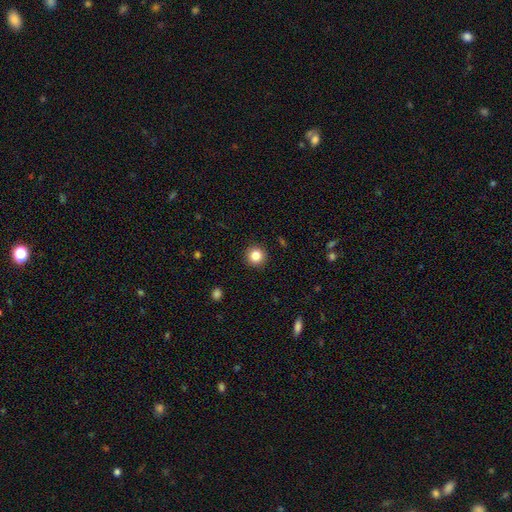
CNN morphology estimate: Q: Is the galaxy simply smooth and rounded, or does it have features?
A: smooth — 84%.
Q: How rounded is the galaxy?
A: round — 95%.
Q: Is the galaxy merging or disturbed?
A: none — 92%.